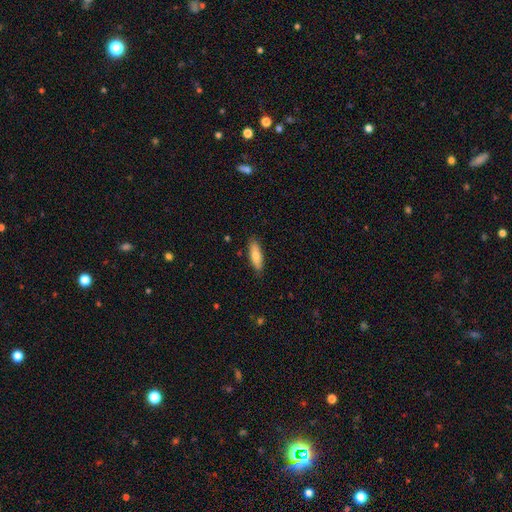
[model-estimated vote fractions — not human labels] smooth_or_featured: smooth (p=0.77) [alt: featured or disk p=0.17]
how_rounded: in between (p=0.50) [alt: cigar-shaped p=0.48]
merging: none (p=0.86) [alt: minor disturbance p=0.11]